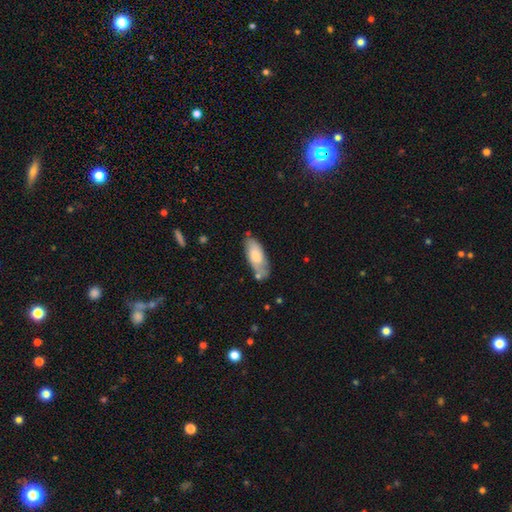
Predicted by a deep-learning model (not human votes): smooth-or-featured: smooth: 72% | featured or disk: 22% | star or artifact: 6%
  how-rounded: in between: 79% | cigar-shaped: 20% | round: 2%
  merging: none: 62% | minor disturbance: 24% | merger: 8% | major disturbance: 6%